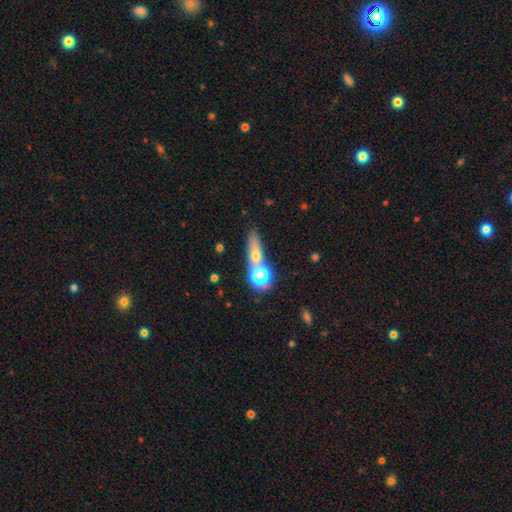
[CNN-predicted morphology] Q: Smooth or featured?
A: smooth (53%); runner-up: featured or disk (30%)
Q: How rounded?
A: cigar-shaped (45%); runner-up: in between (29%)
Q: Merging?
A: none (53%); runner-up: merger (28%)